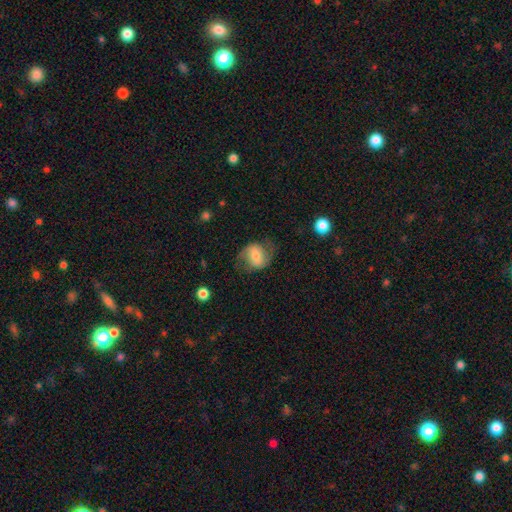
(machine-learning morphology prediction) Smooth or featured? Predicted: featured or disk (p=0.46, tied with smooth). Merging? Predicted: none (p=0.63).